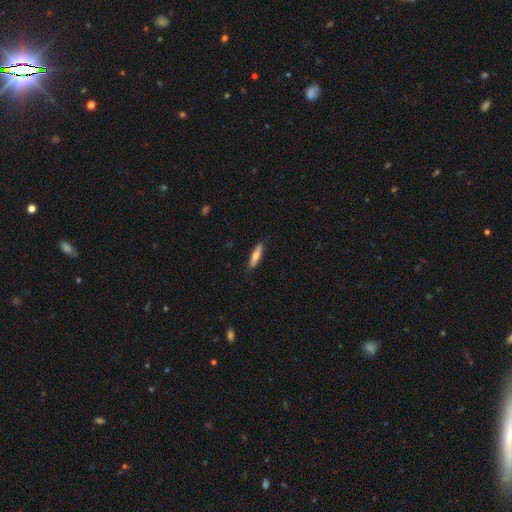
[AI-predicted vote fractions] Overall: smooth (64%; featured or disk 31%). How rounded: cigar-shaped (74%). Merging: none (86%).